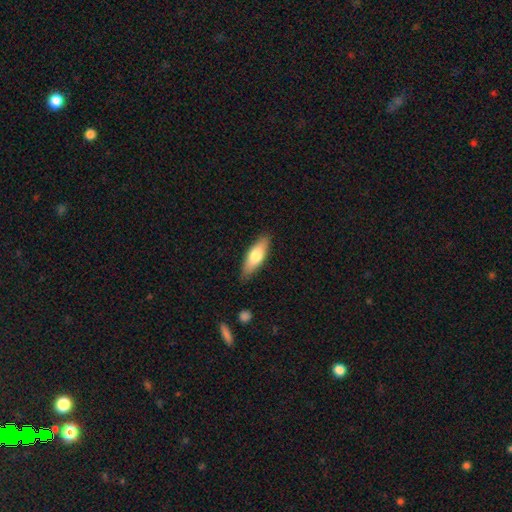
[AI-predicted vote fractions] Overall: smooth (67%; featured or disk 28%). How rounded: in between (55%; cigar-shaped 43%). Merging: none (86%).